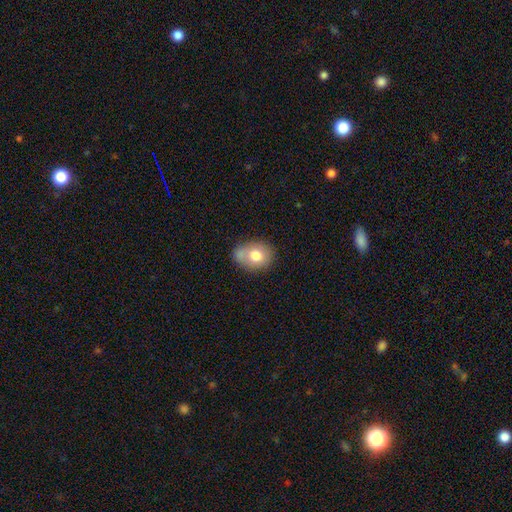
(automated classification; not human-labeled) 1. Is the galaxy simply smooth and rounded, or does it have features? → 76% smooth, 16% featured or disk, 8% star or artifact.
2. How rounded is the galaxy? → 59% in between, 40% round, 1% cigar-shaped.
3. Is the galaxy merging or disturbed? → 51% none, 25% minor disturbance, 17% merger, 7% major disturbance.